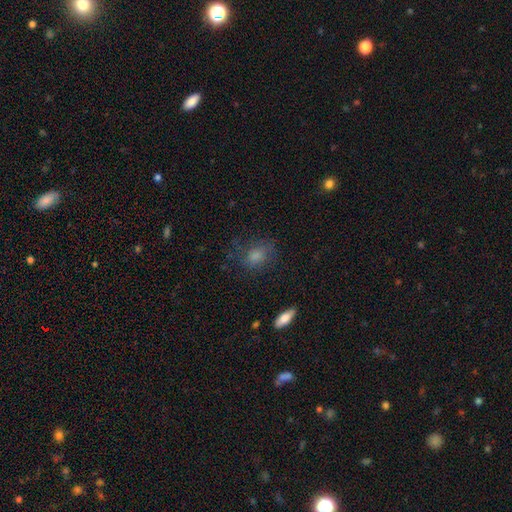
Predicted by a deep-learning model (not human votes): smooth_or_featured: smooth (p=0.60) [alt: star or artifact p=0.20]
how_rounded: in between (p=0.54) [alt: round p=0.44]
merging: none (p=0.68) [alt: minor disturbance p=0.19]